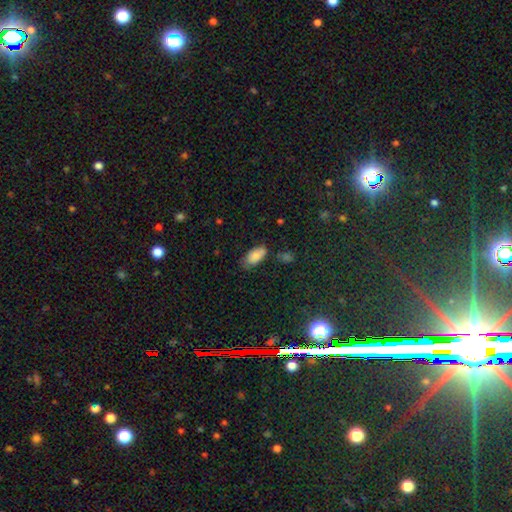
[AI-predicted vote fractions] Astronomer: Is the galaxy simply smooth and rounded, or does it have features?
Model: smooth — 83%.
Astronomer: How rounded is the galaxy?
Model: in between — 92%.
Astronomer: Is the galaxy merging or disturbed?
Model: none — 62%.